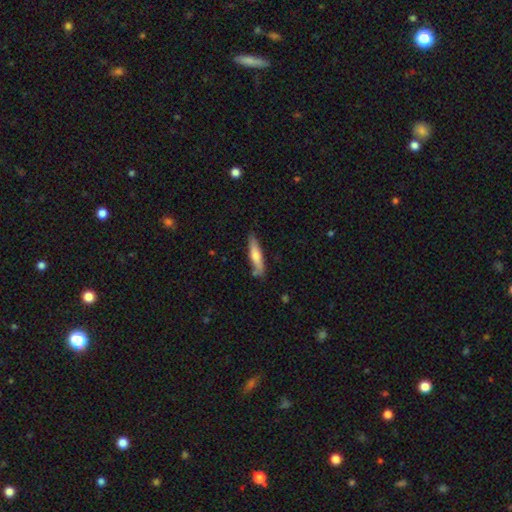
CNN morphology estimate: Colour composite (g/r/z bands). It shows a smooth galaxy with no disk features (63%) that is cigar-shaped (81%). Merging: none (76%).